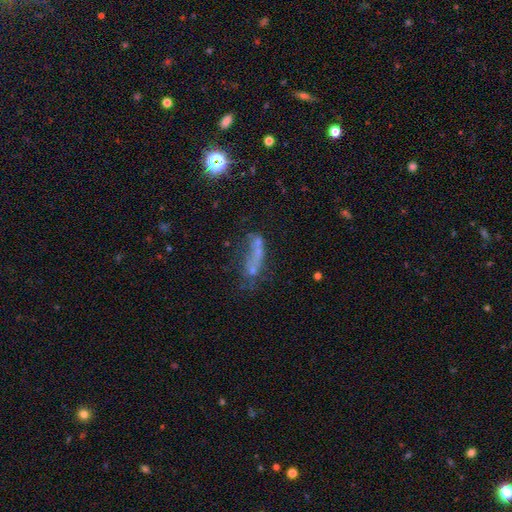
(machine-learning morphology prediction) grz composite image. It shows a smooth galaxy with no disk features (40%). Merging: none (31%).